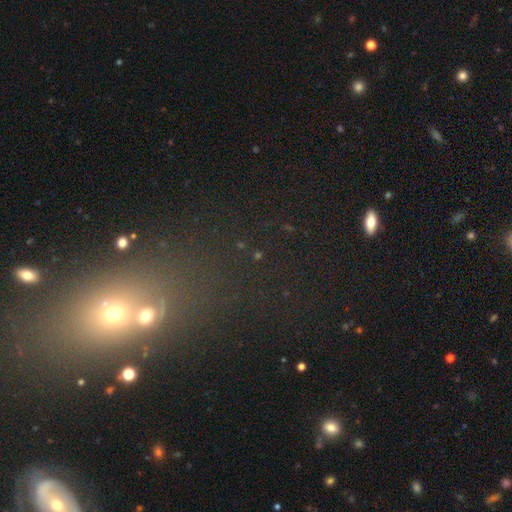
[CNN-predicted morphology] type=star or artifact (51%).